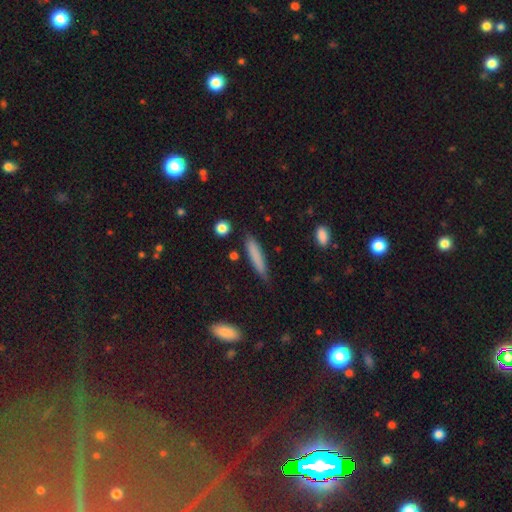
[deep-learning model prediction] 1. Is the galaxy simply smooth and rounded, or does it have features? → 78% smooth, 15% featured or disk, 6% star or artifact.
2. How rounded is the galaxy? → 89% cigar-shaped, 10% in between, 1% round.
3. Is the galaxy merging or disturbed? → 78% none, 17% minor disturbance, 3% major disturbance, 2% merger.